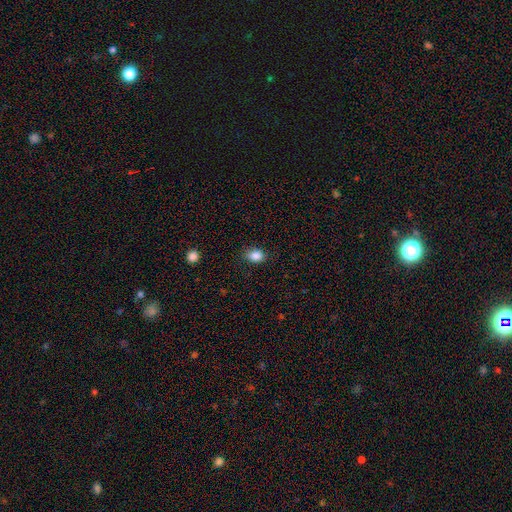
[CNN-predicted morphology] Q: Smooth or featured?
A: smooth (86%); runner-up: star or artifact (10%)
Q: How rounded?
A: in between (65%); runner-up: round (34%)
Q: Merging?
A: none (85%); runner-up: minor disturbance (12%)